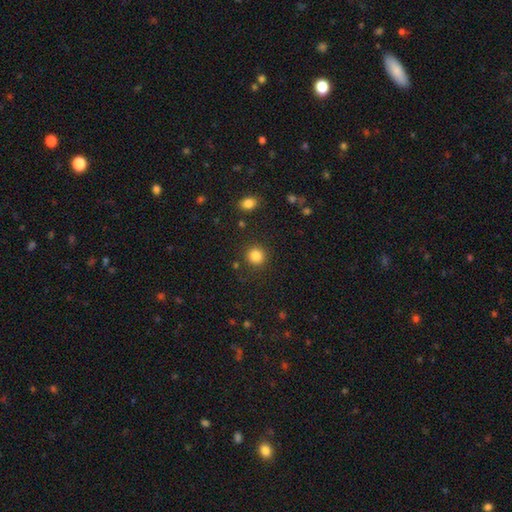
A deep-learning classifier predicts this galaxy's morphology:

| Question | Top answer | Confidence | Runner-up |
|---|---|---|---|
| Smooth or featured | smooth | 85% | star or artifact (11%) |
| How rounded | round | 90% | in between (9%) |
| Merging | none | 88% | minor disturbance (7%) |